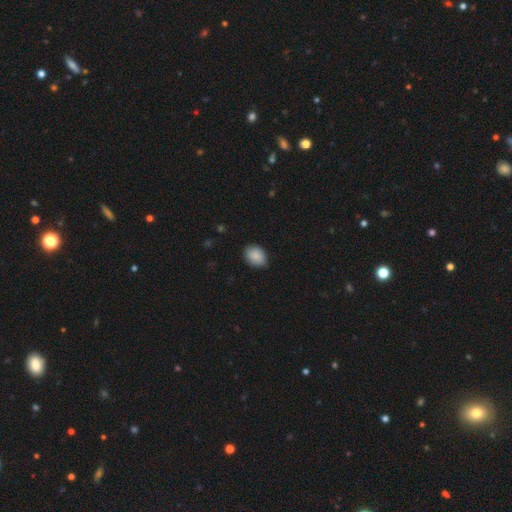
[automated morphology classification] Smooth or featured?
  - smooth: 87% *
  - star or artifact: 7%
  - featured or disk: 6%
How rounded?
  - in between: 63% *
  - round: 36%
  - cigar-shaped: 1%
Merging?
  - none: 84% *
  - minor disturbance: 13%
  - major disturbance: 2%
  - merger: 1%